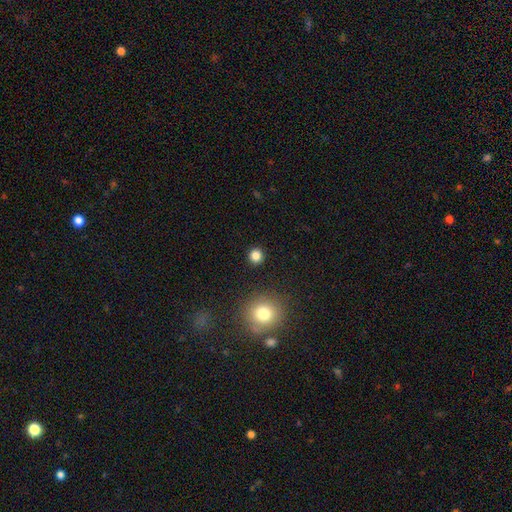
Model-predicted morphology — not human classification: Smooth or featured?
  - smooth: 83% *
  - star or artifact: 13%
  - featured or disk: 4%
How rounded?
  - round: 93% *
  - in between: 6%
  - cigar-shaped: 1%
Merging?
  - none: 91% *
  - minor disturbance: 5%
  - merger: 2%
  - major disturbance: 2%